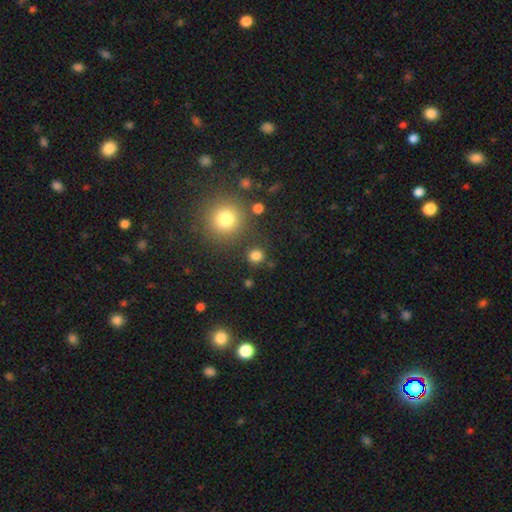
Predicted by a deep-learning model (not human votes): Overall: smooth (79%). How rounded: round (89%). Merging: none (84%).